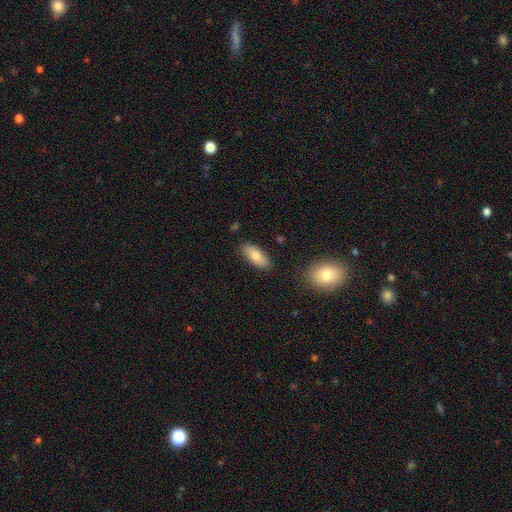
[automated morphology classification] Smooth or featured: smooth — 83% (featured or disk — 10%)
How rounded: in between — 81% (cigar-shaped — 16%)
Merging: none — 85% (minor disturbance — 10%)